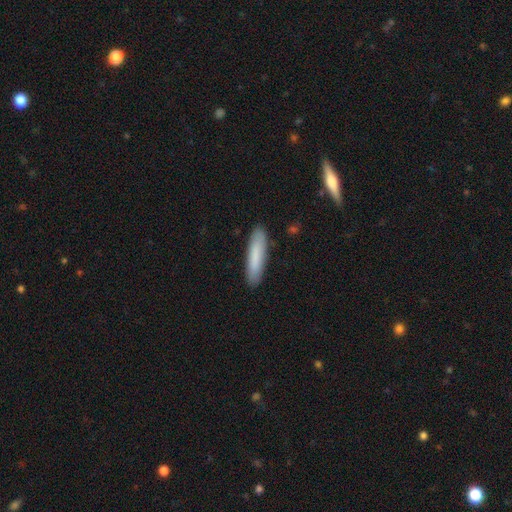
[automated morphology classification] smooth_or_featured: smooth (p=0.82) [alt: featured or disk p=0.12]
how_rounded: cigar-shaped (p=0.80) [alt: in between p=0.18]
merging: none (p=0.87) [alt: minor disturbance p=0.09]